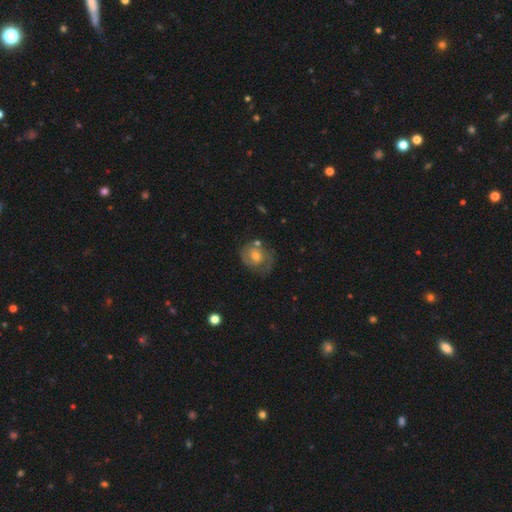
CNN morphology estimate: smooth_or_featured: featured or disk (p=0.64) [alt: smooth p=0.28]
disk_edge_on: no (p=0.97) [alt: yes p=0.03]
bar: no (p=0.62) [alt: weak p=0.32]
has_spiral_arms: yes (p=0.80) [alt: no p=0.20]
bulge_size: moderate (p=0.60) [alt: small p=0.33]
merging: none (p=0.57) [alt: minor disturbance p=0.23]